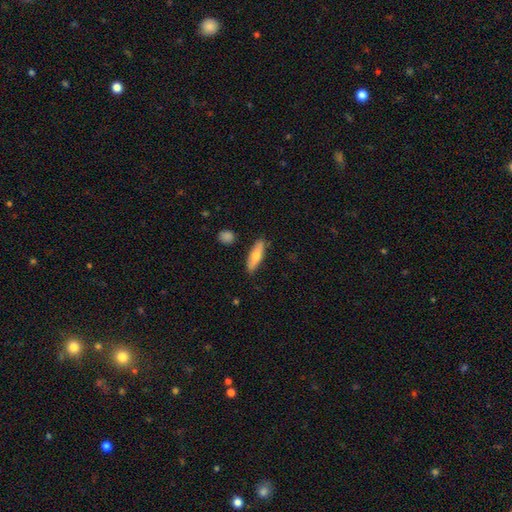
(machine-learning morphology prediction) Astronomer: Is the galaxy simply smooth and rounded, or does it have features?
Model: smooth — 65%.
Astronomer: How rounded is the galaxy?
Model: cigar-shaped — 60% (runner-up: in between, 38%).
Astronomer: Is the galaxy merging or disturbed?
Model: none — 85%.